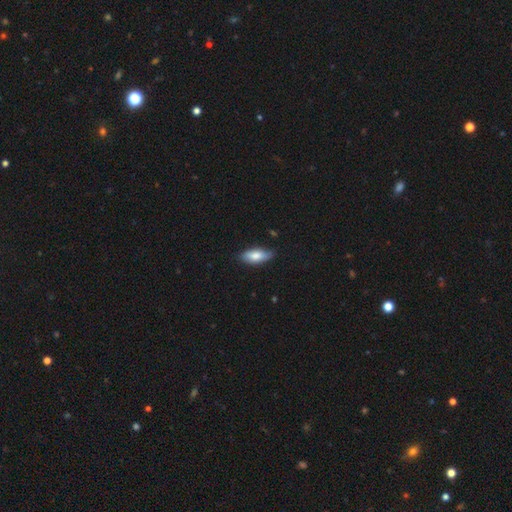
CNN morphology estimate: A smooth galaxy with no disk features (75%) that is in between round and cigar-shaped (81%).

Vote fractions:
- Smooth or featured? smooth: 75% / featured or disk: 18% / star or artifact: 6%
- How rounded? in between: 81% / cigar-shaped: 17% / round: 2%
- Merging? none: 75% / minor disturbance: 20% / major disturbance: 3% / merger: 1%